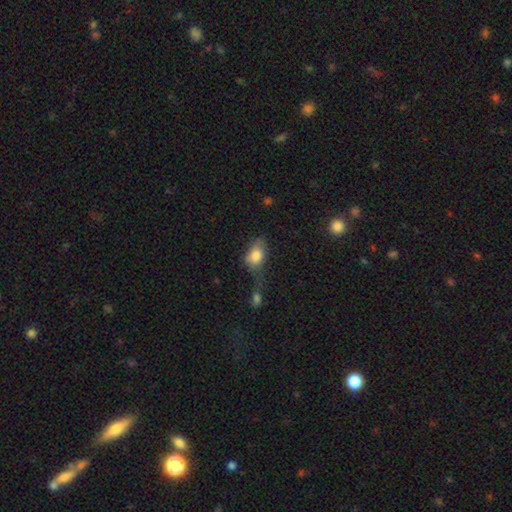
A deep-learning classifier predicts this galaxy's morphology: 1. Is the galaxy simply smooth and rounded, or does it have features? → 80% smooth, 12% featured or disk, 8% star or artifact.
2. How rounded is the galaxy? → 83% in between, 14% round, 2% cigar-shaped.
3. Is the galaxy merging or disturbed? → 33% none, 25% minor disturbance, 22% merger, 20% major disturbance.